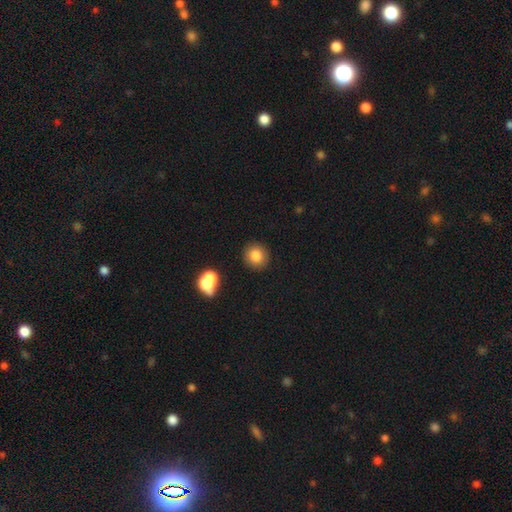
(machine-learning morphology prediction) Smooth or featured: smooth — 83% (star or artifact — 10%)
How rounded: round — 89% (in between — 10%)
Merging: none — 88% (minor disturbance — 7%)